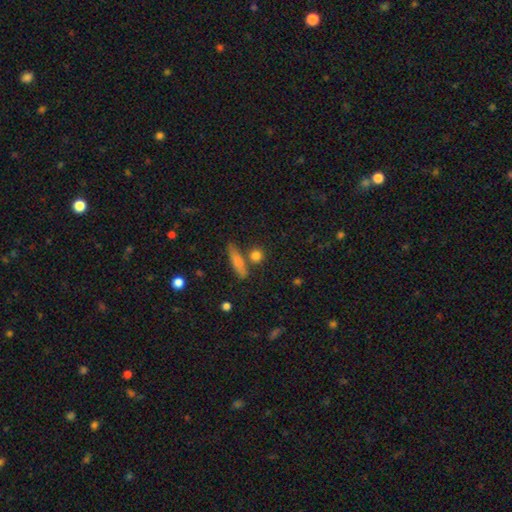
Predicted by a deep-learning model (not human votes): Overall: smooth (80%). How rounded: round (73%). Merging: none (72%).